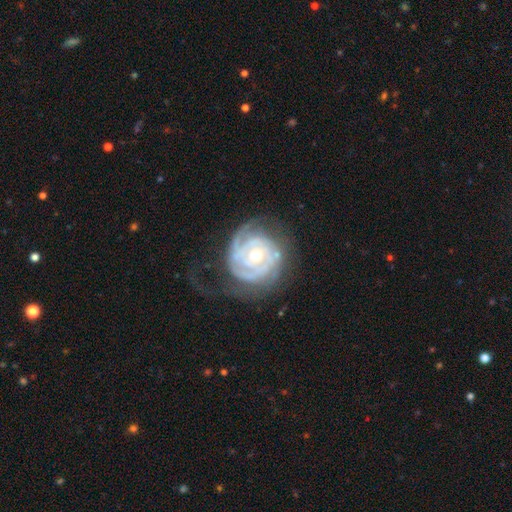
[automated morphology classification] smooth_or_featured: featured or disk (p=0.88) [alt: smooth p=0.07]
disk_edge_on: no (p=0.98) [alt: yes p=0.02]
bar: no (p=0.73) [alt: weak p=0.20]
has_spiral_arms: yes (p=0.95) [alt: no p=0.05]
spiral_winding: tight (p=0.74) [alt: medium p=0.20]
spiral_arm_count: 2 (p=0.27) [tied with: can't tell p=0.27]
bulge_size: moderate (p=0.61) [alt: small p=0.35]
merging: none (p=0.58) [alt: minor disturbance p=0.21]